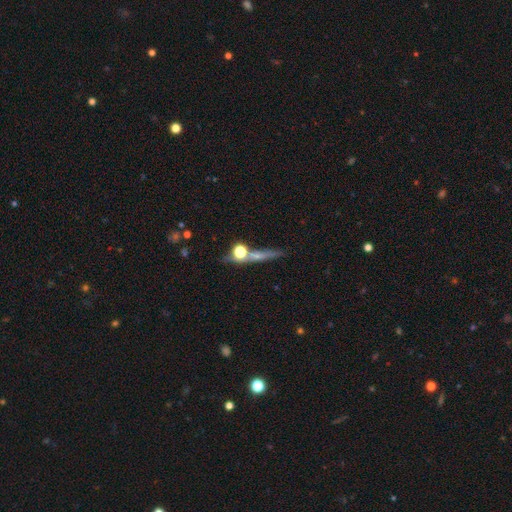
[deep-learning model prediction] Smooth or featured? Predicted: smooth (p=0.41). Merging? Predicted: none (p=0.65).